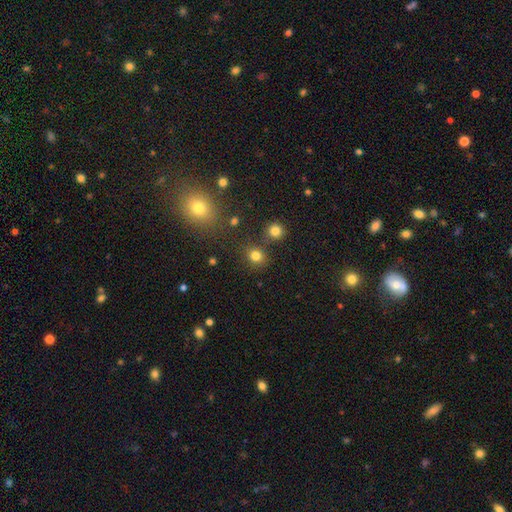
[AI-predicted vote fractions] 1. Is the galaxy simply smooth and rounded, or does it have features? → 80% smooth, 15% star or artifact, 5% featured or disk.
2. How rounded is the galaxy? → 82% round, 17% in between, 1% cigar-shaped.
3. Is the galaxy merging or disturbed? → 79% none, 9% minor disturbance, 9% merger, 4% major disturbance.